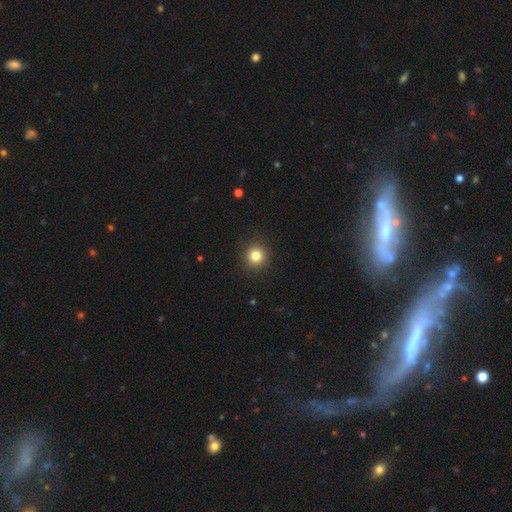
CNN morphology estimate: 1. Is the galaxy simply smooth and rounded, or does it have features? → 83% smooth, 12% star or artifact, 5% featured or disk.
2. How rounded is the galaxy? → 93% round, 6% in between, 1% cigar-shaped.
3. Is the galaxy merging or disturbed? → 91% none, 6% minor disturbance, 2% major disturbance, 1% merger.